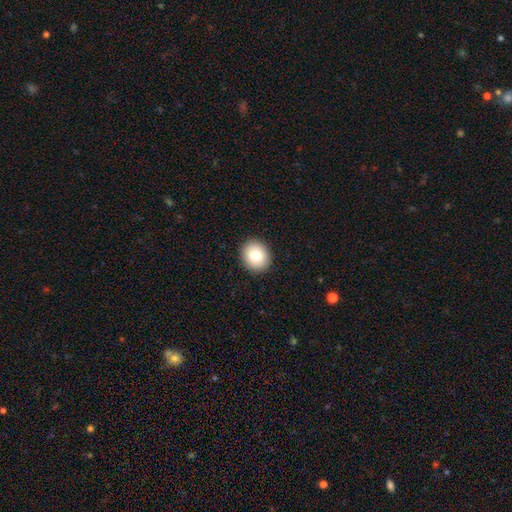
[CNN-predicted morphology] This is likely a smooth galaxy (80%). How rounded: likely round (78%). Merging: clearly none (92%).